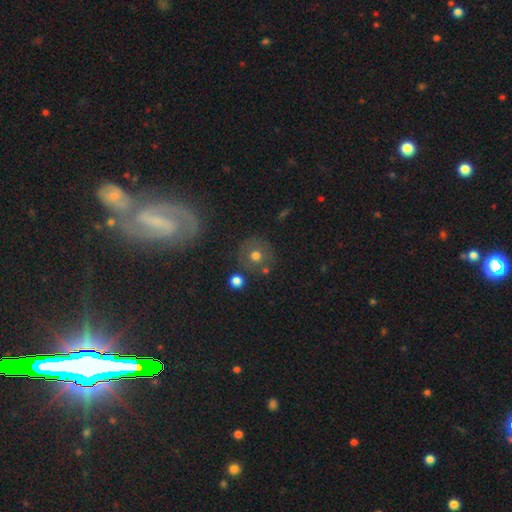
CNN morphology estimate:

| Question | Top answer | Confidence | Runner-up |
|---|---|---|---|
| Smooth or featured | smooth | 66% | featured or disk (20%) |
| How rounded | round | 91% | in between (8%) |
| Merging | none | 74% | minor disturbance (12%) |